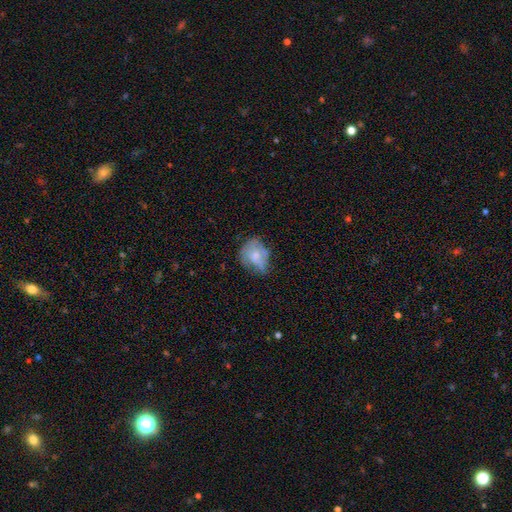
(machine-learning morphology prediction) smooth-or-featured: smooth: 59% | featured or disk: 32% | star or artifact: 8%
  how-rounded: in between: 51% | round: 48% | cigar-shaped: 1%
  merging: none: 40% | minor disturbance: 36% | major disturbance: 21% | merger: 2%